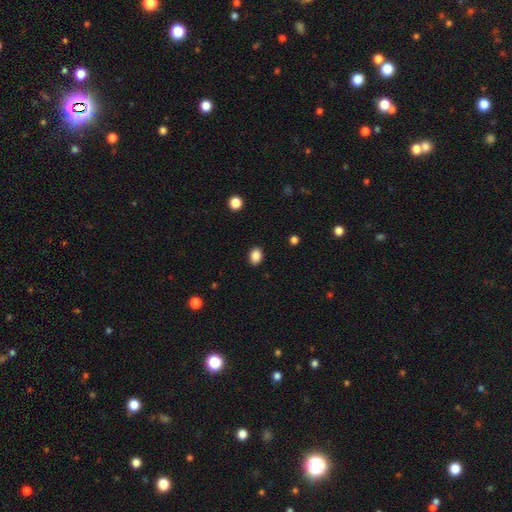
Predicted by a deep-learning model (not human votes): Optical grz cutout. It shows a smooth galaxy with no disk features (87%) that is in between round and cigar-shaped (65%). Merging: none (90%).